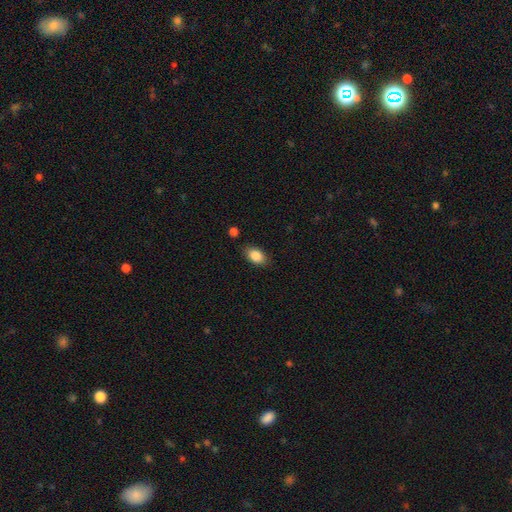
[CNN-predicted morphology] smooth-or-featured: smooth: 85% | star or artifact: 8% | featured or disk: 7%
  how-rounded: in between: 86% | round: 12% | cigar-shaped: 2%
  merging: none: 82% | minor disturbance: 12% | major disturbance: 3% | merger: 2%